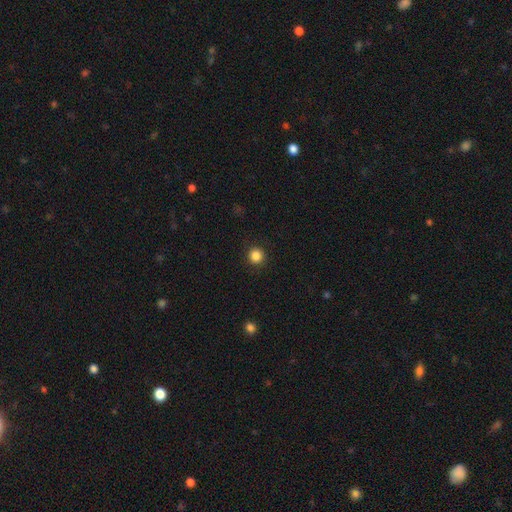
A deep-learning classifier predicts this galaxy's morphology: Smooth or featured? smooth (85%)
How rounded? round (95%)
Merging? none (92%)